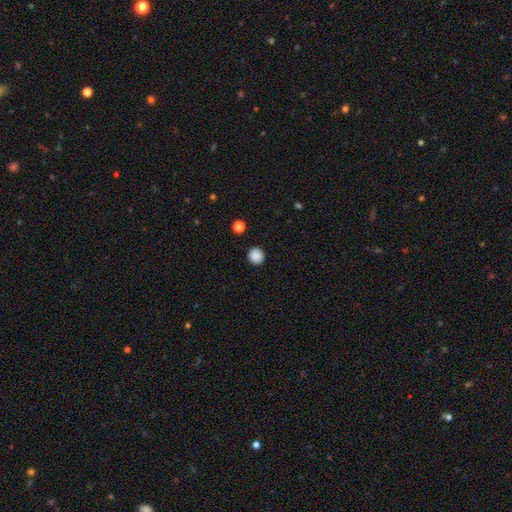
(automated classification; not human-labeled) This appears to be a smooth galaxy with no disk features (88%) that is round (89%). Merging: none (91%).